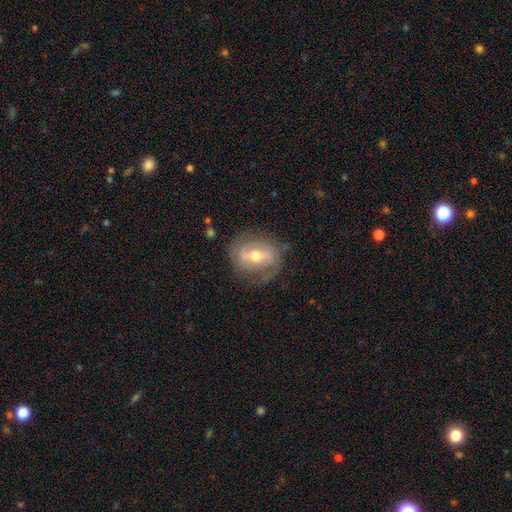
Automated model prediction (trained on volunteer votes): Overall: featured or disk (71%). Edge-on disk: no (94%). Bar: weak (41%; strong 38%). Spiral arms: yes (72%). Bulge size: moderate (67%). Merging: none (70%).